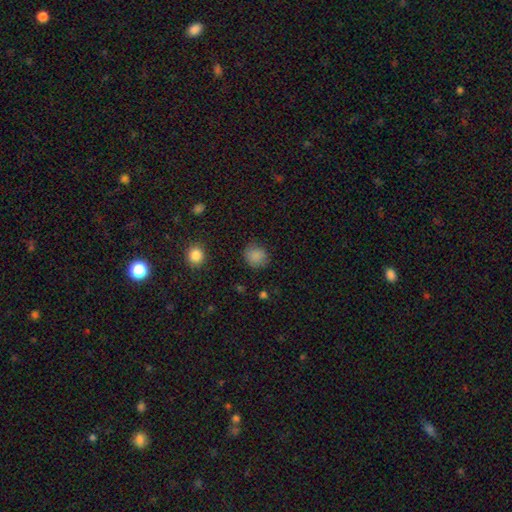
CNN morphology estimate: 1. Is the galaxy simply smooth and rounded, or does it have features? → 85% smooth, 10% star or artifact, 4% featured or disk.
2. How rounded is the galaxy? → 81% round, 18% in between, 1% cigar-shaped.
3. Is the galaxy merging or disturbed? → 79% none, 15% minor disturbance, 4% major disturbance, 1% merger.